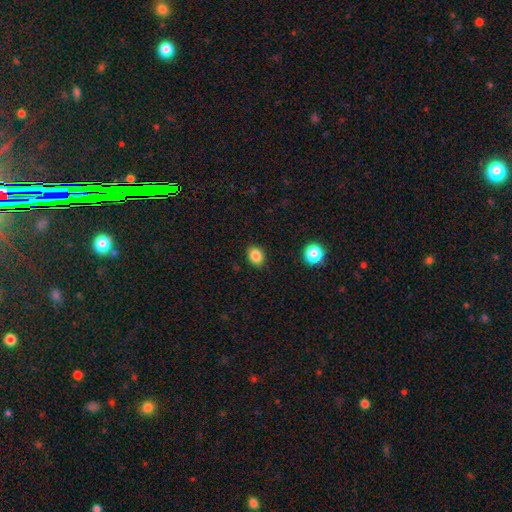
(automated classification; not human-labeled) Smooth or featured? Predicted: smooth (p=0.85). How rounded? Predicted: round (p=0.50). Merging? Predicted: none (p=0.89).